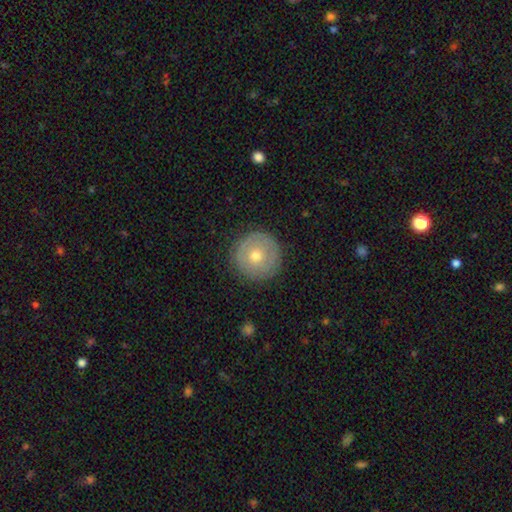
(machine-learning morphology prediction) Smooth or featured: smooth — 58% (featured or disk — 34%)
How rounded: round — 96% (in between — 3%)
Merging: none — 89% (minor disturbance — 7%)